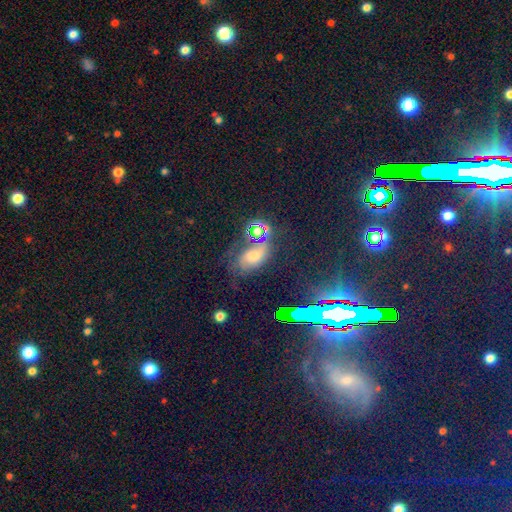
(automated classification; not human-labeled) A smooth galaxy with no disk features (37%). Merging: none (51%).